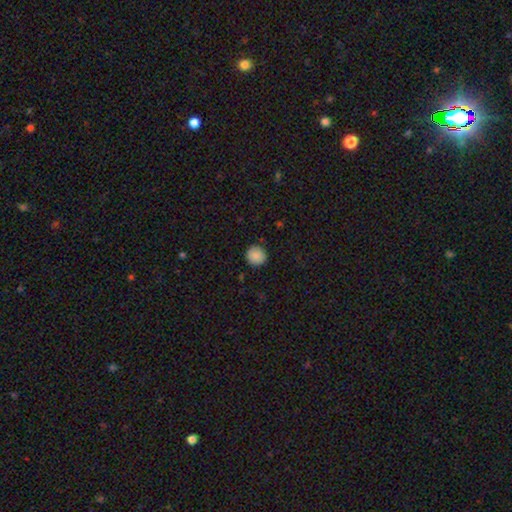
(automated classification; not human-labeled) Q: Smooth or featured?
A: smooth (88%); runner-up: star or artifact (8%)
Q: How rounded?
A: round (92%); runner-up: in between (7%)
Q: Merging?
A: none (89%); runner-up: minor disturbance (8%)